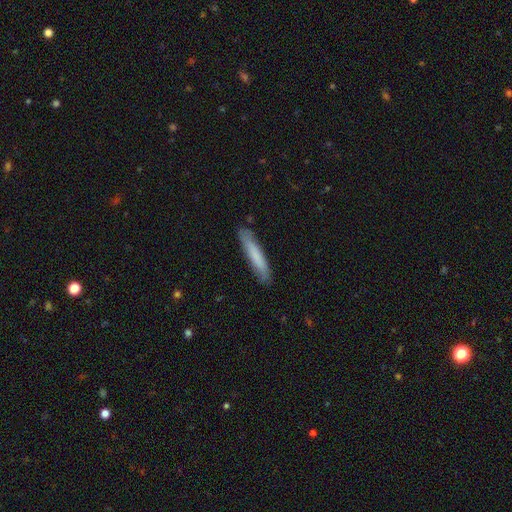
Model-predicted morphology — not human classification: This is likely a smooth galaxy (74%). How rounded: clearly cigar-shaped (91%). Merging: clearly none (84%).